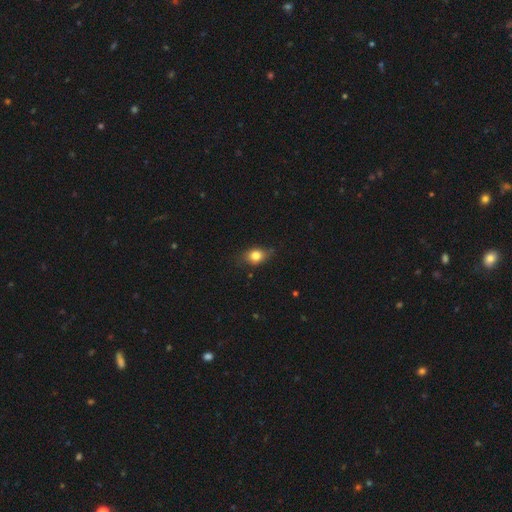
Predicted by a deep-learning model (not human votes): smooth_or_featured: smooth (p=0.80) [alt: featured or disk p=0.11]
how_rounded: in between (p=0.60) [alt: round p=0.37]
merging: none (p=0.70) [alt: minor disturbance p=0.25]